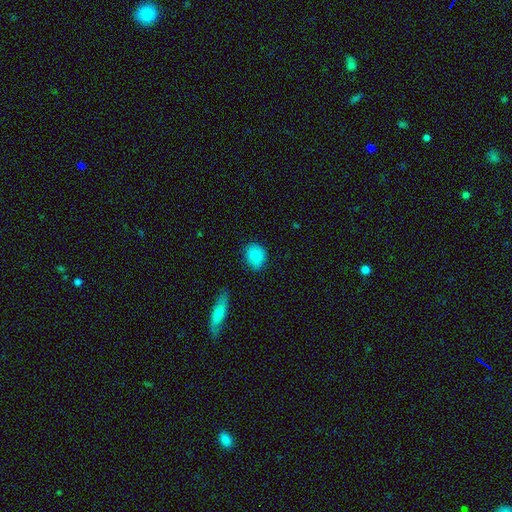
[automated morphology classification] smooth 80%, featured or disk 12%, star or artifact 8%. Down the decision tree: how rounded — round (59%); merging — none (80%).